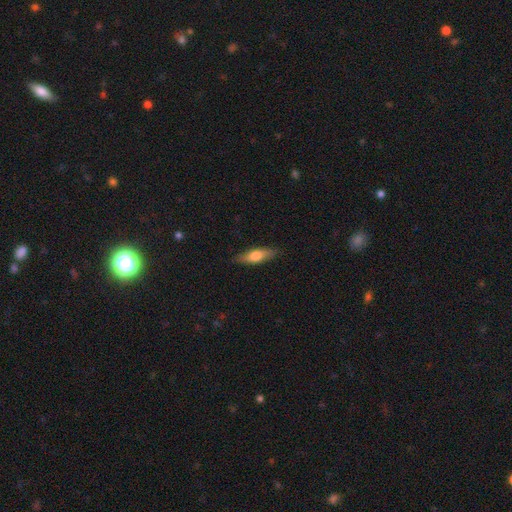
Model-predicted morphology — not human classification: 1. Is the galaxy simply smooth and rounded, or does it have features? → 66% smooth, 28% featured or disk, 6% star or artifact.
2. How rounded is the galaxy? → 52% in between, 45% cigar-shaped, 3% round.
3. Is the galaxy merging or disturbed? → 84% none, 13% minor disturbance, 2% major disturbance, 1% merger.